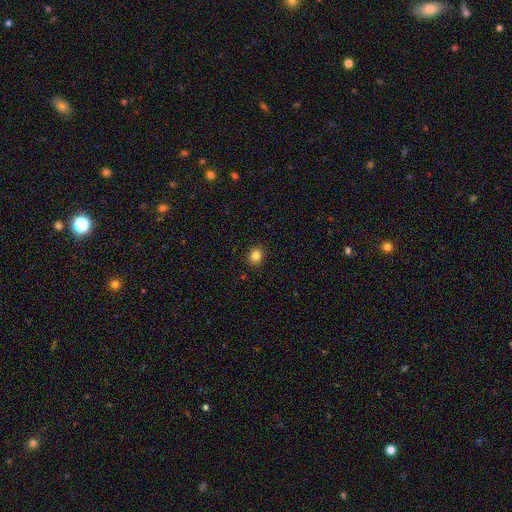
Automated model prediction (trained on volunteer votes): Smooth or featured? Predicted: smooth (p=0.84). How rounded? Predicted: round (p=0.79). Merging? Predicted: none (p=0.91).